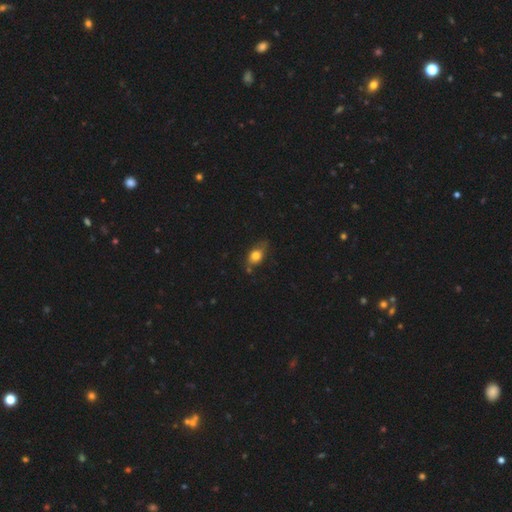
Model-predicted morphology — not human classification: A smooth galaxy with no disk features (76%) that is in between round and cigar-shaped (72%). Merging: none (63%).